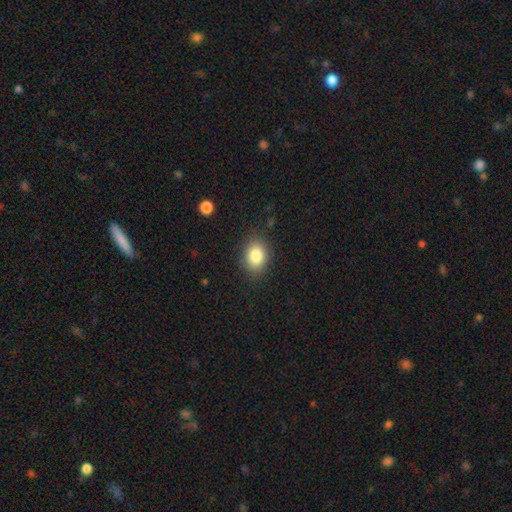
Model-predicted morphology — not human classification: Q: Smooth or featured?
A: smooth (84%); runner-up: star or artifact (9%)
Q: How rounded?
A: in between (67%); runner-up: round (32%)
Q: Merging?
A: none (84%); runner-up: minor disturbance (11%)